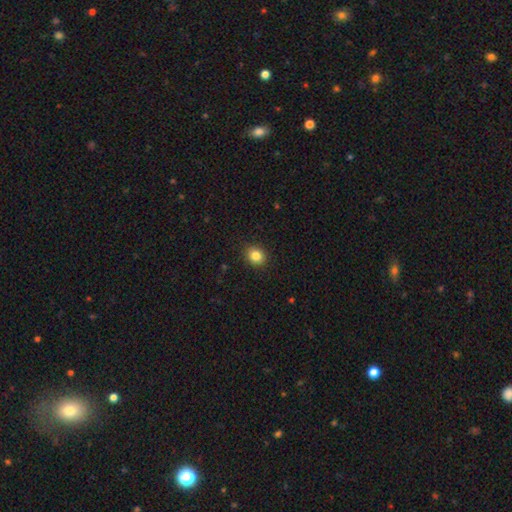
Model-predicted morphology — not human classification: smooth 84%, star or artifact 10%, featured or disk 5%. Down the decision tree: how rounded — round (68%); merging — none (89%).